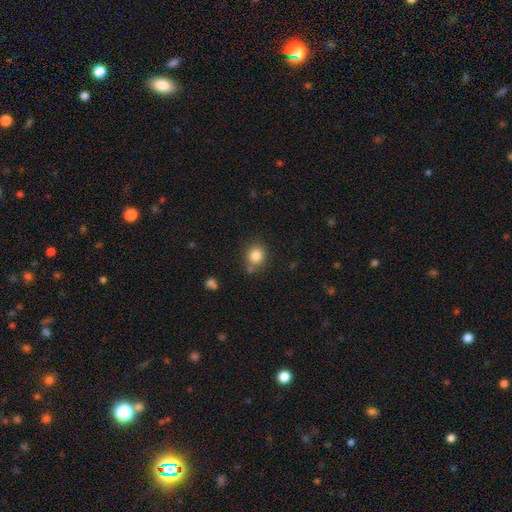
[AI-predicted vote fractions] A smooth galaxy with no disk features (84%) that is round (78%).

Vote fractions:
- Smooth or featured? smooth: 84% / star or artifact: 10% / featured or disk: 6%
- How rounded? round: 78% / in between: 21% / cigar-shaped: 1%
- Merging? none: 74% / minor disturbance: 13% / merger: 9% / major disturbance: 4%